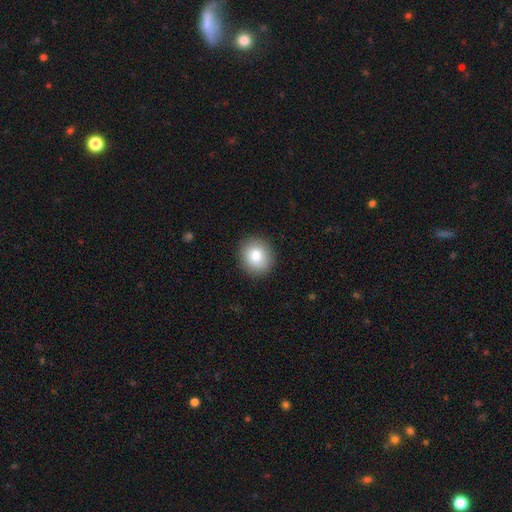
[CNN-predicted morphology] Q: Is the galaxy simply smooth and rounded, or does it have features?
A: smooth — 83%.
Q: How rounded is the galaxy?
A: round — 76%.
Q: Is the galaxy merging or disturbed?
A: none — 90%.